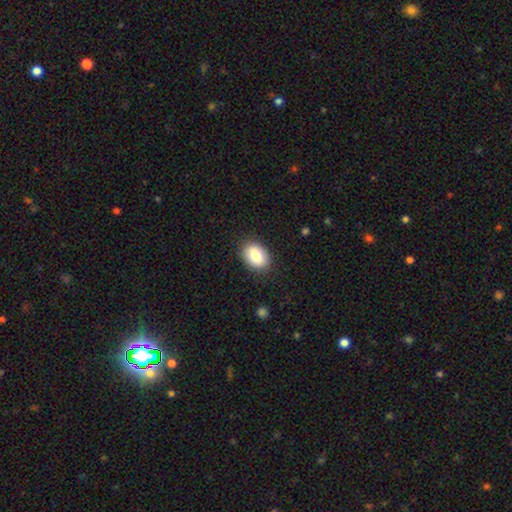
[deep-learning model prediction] A smooth galaxy with no disk features (83%) that is in between round and cigar-shaped (82%).

Vote fractions:
- Smooth or featured? smooth: 83% / featured or disk: 10% / star or artifact: 7%
- How rounded? in between: 82% / round: 16% / cigar-shaped: 1%
- Merging? none: 87% / minor disturbance: 10% / major disturbance: 3% / merger: 1%